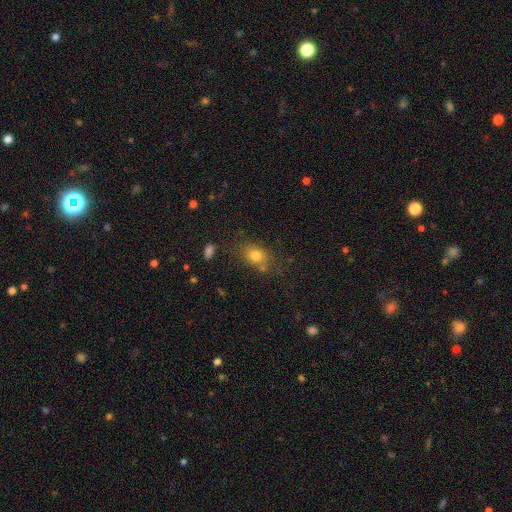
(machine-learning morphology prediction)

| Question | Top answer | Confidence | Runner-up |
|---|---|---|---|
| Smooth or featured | smooth | 77% | star or artifact (13%) |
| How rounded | in between | 61% | round (38%) |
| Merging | none | 71% | minor disturbance (16%) |